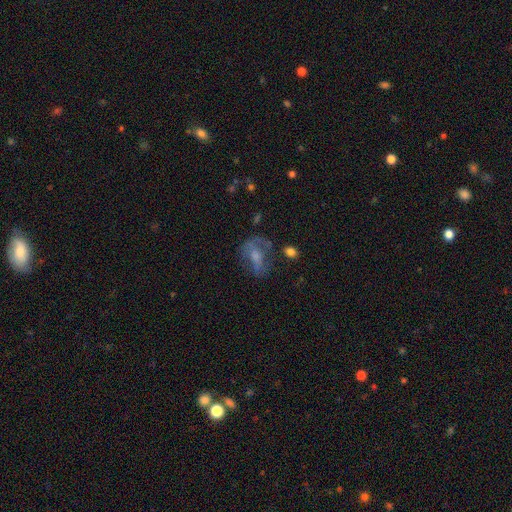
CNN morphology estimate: type=featured or disk (48%); merging=none (43%).